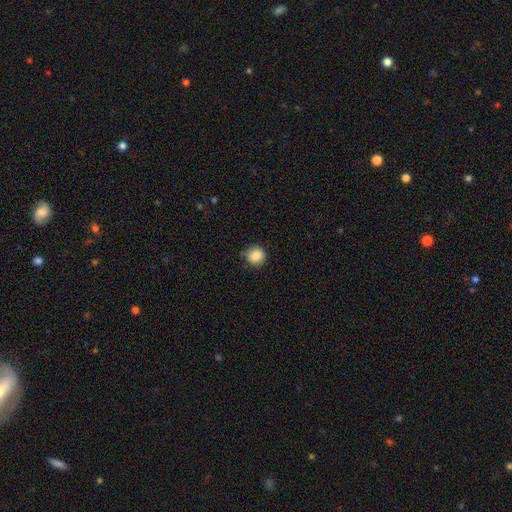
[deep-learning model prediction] smooth_or_featured: smooth (p=0.87) [alt: star or artifact p=0.09]
how_rounded: round (p=0.92) [alt: in between p=0.07]
merging: none (p=0.83) [alt: minor disturbance p=0.13]